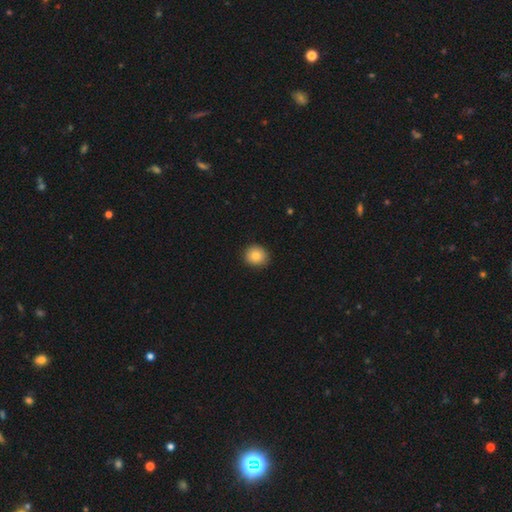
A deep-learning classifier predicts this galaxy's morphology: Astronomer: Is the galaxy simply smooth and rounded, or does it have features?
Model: smooth — 82%.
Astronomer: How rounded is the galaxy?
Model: round — 84%.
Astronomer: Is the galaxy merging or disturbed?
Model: none — 90%.